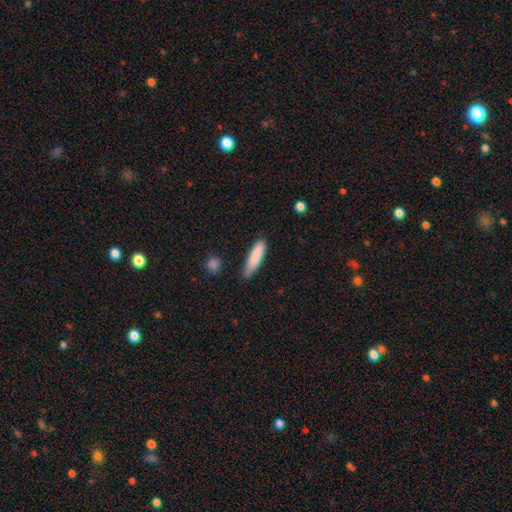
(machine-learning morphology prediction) The model was most divided on "how rounded": cigar-shaped: 74%, in between: 25%, round: 2%. More confident: smooth or featured — smooth (86%); merging — none (73%).